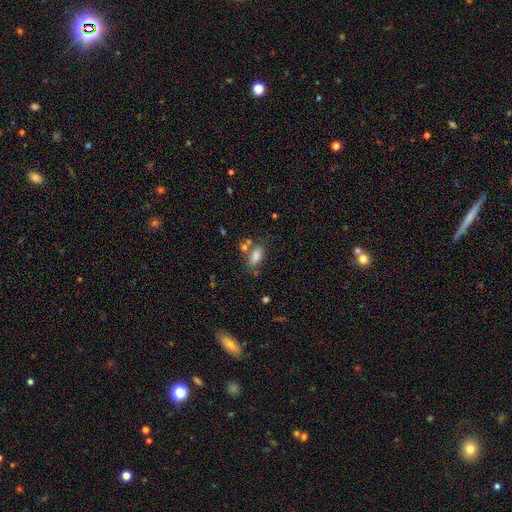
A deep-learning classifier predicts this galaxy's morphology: The model was most divided on "merging": none: 61%, merger: 17%, minor disturbance: 16%, major disturbance: 6%. More confident: how rounded — in between (84%); smooth or featured — smooth (80%).